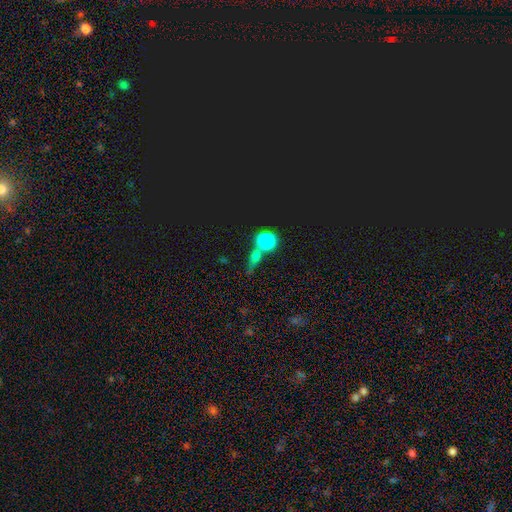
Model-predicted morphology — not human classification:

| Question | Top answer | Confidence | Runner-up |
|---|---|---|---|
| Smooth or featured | smooth | 48% | star or artifact (42%) |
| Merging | none | 52% | merger (28%) |